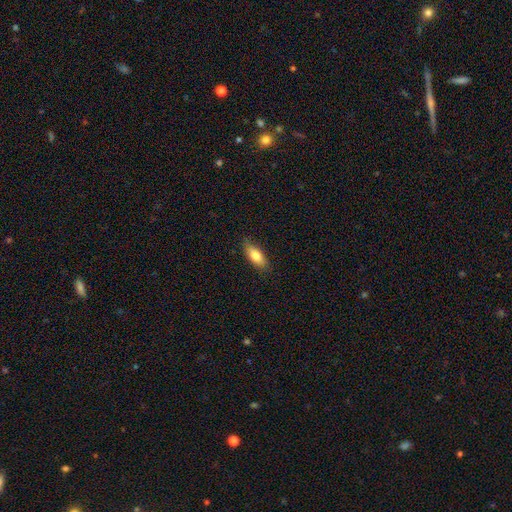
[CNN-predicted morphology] type=smooth (80%); roundness=in between (81%); merging=none (84%).